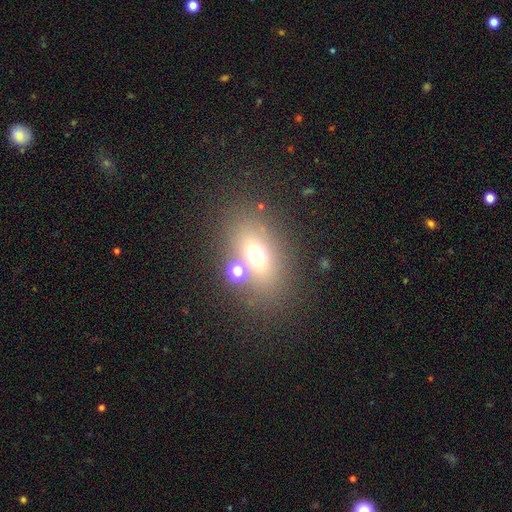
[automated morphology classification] A smooth galaxy with no disk features (63%) that is in between round and cigar-shaped (69%).

Vote fractions:
- Smooth or featured? smooth: 63% / star or artifact: 19% / featured or disk: 18%
- How rounded? in between: 69% / round: 28% / cigar-shaped: 3%
- Merging? none: 68% / merger: 15% / minor disturbance: 11% / major disturbance: 6%